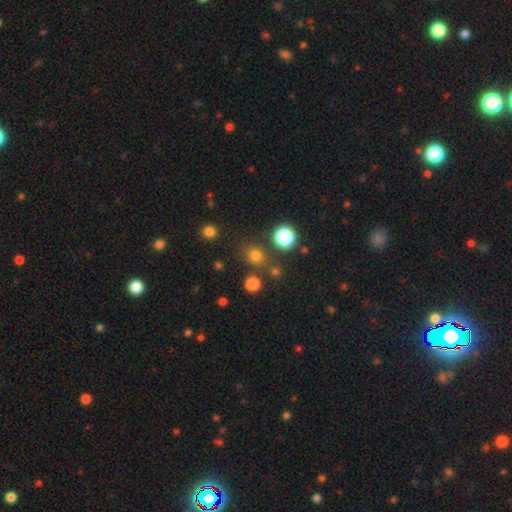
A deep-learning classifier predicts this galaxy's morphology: smooth 74%, star or artifact 20%, featured or disk 6%. Down the decision tree: how rounded — round (77%); merging — none (78%).